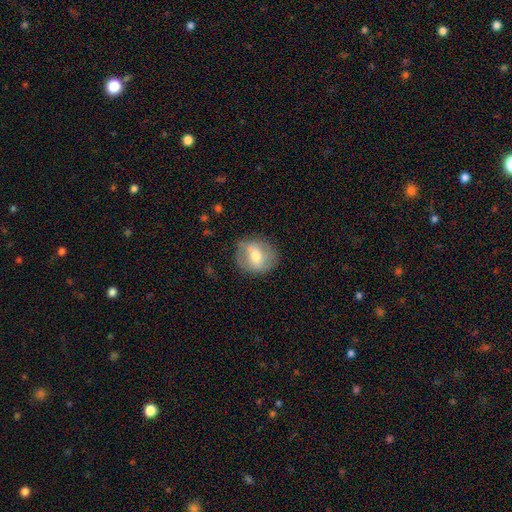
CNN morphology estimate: Q: Smooth or featured?
A: smooth (50%); runner-up: featured or disk (43%)
Q: Merging?
A: none (77%); runner-up: minor disturbance (16%)